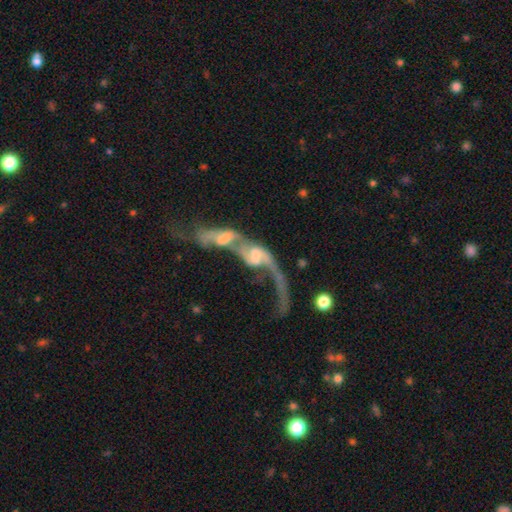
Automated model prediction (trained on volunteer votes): Smooth or featured? featured or disk (75%)
Edge-on disk? no (91%)
Bar? weak (40%)
Spiral arms? yes (79%)
Spiral winding? loose (84%)
Spiral arm count? 2 (54%)
Bulge size? moderate (33%)
Merging? merger (75%)